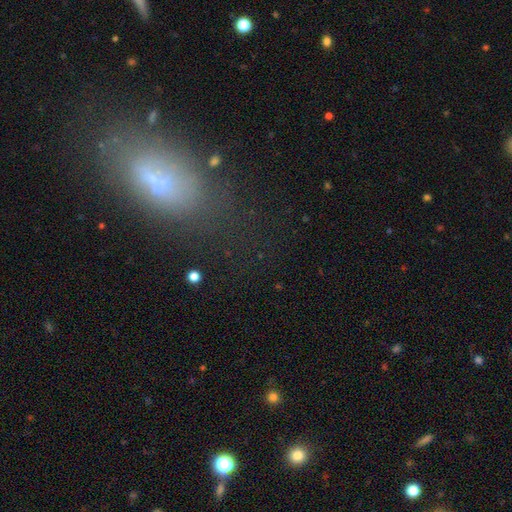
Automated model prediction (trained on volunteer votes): The model was most divided on "smooth or featured": smooth: 59%, featured or disk: 22%, star or artifact: 19%. More confident: how rounded — in between (79%); merging — none (67%).